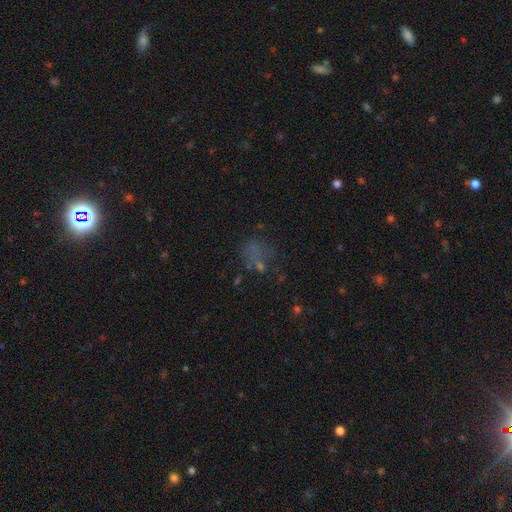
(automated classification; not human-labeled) Smooth or featured? Predicted: smooth (p=0.43). Merging? Predicted: none (p=0.51).